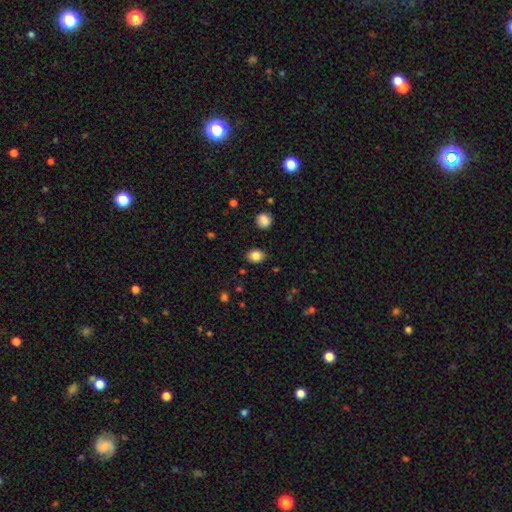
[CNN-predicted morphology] smooth 85%, star or artifact 10%, featured or disk 5%. Down the decision tree: how rounded — in between (60%); merging — none (87%).